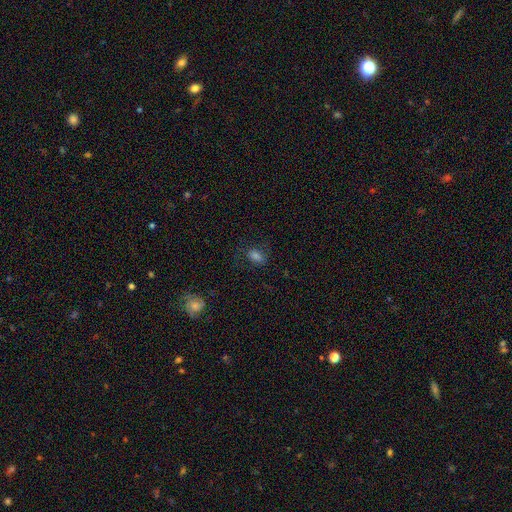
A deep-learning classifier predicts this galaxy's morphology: Q: Smooth or featured?
A: smooth (67%); runner-up: star or artifact (17%)
Q: How rounded?
A: in between (76%); runner-up: round (22%)
Q: Merging?
A: none (71%); runner-up: minor disturbance (17%)